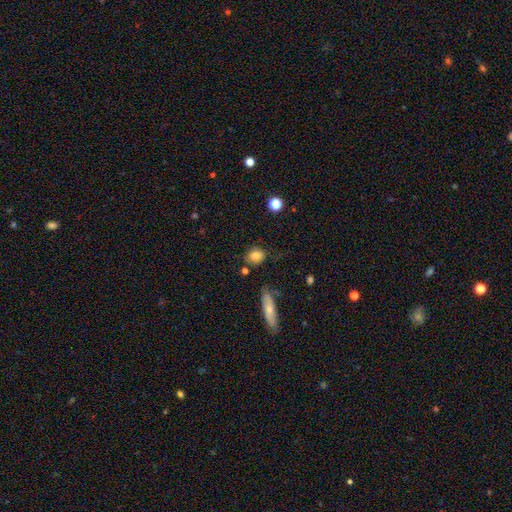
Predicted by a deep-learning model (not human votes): Smooth or featured? smooth (79%)
How rounded? round (49%)
Merging? none (74%)